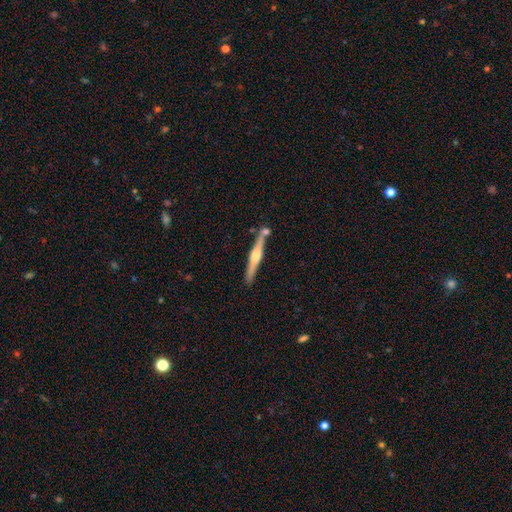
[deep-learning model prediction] featured or disk 71%, smooth 24%, star or artifact 5%. Down the decision tree: edge-on disk — yes (98%); edge-on bulge — rounded (85%); merging — none (78%).